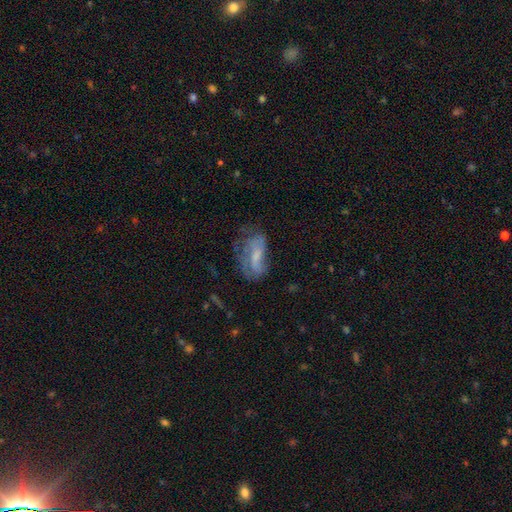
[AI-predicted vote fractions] Smooth or featured: featured or disk — 50% (smooth — 39%)
Edge-on disk: no — 93% (yes — 7%)
Merging: none — 40% (major disturbance — 30%)